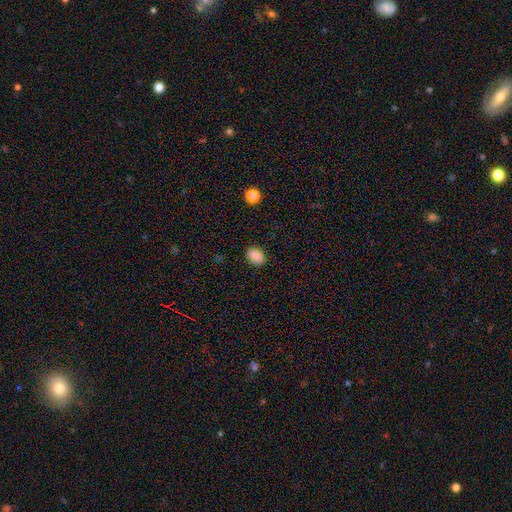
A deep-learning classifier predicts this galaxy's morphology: type=smooth (88%); roundness=in between (73%); merging=none (87%).